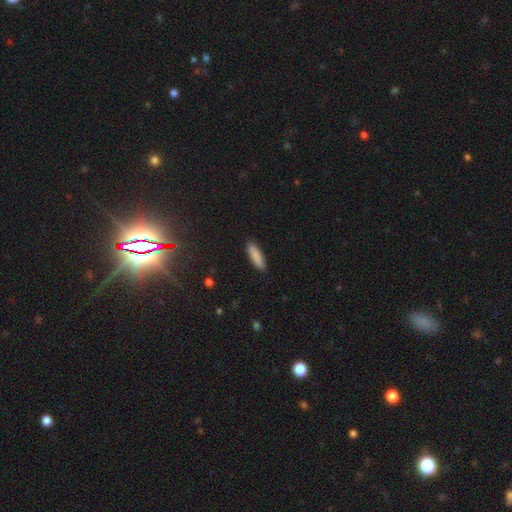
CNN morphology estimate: Q: Smooth or featured?
A: smooth (87%); runner-up: featured or disk (7%)
Q: How rounded?
A: cigar-shaped (65%); runner-up: in between (34%)
Q: Merging?
A: none (89%); runner-up: minor disturbance (8%)